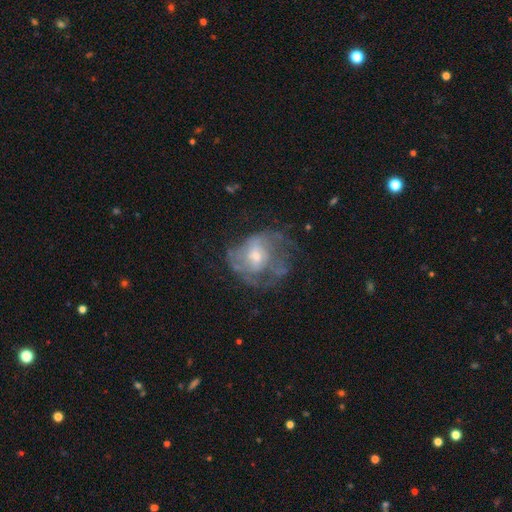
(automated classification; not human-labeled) smooth-or-featured: featured or disk: 68% | smooth: 22% | star or artifact: 10%
  disk-edge-on: no: 97% | yes: 3%
    bar: no: 71% | weak: 25% | strong: 4%
    has-spiral-arms: yes: 53% | no: 47%
    bulge-size: small: 47% | moderate: 45% | large: 3% | none: 3% | dominant: 1%
  merging: none: 43% | major disturbance: 32% | minor disturbance: 22% | merger: 2%